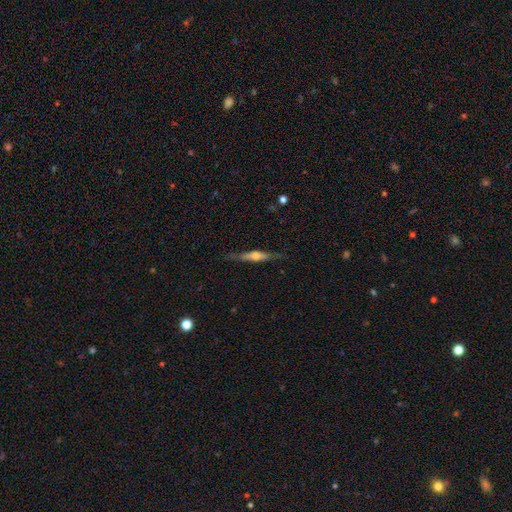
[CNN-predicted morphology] Smooth or featured: featured or disk — 61% (smooth — 33%)
Edge-on disk: yes — 94% (no — 6%)
Edge-on bulge: rounded — 85% (none — 8%)
Merging: none — 82% (minor disturbance — 14%)